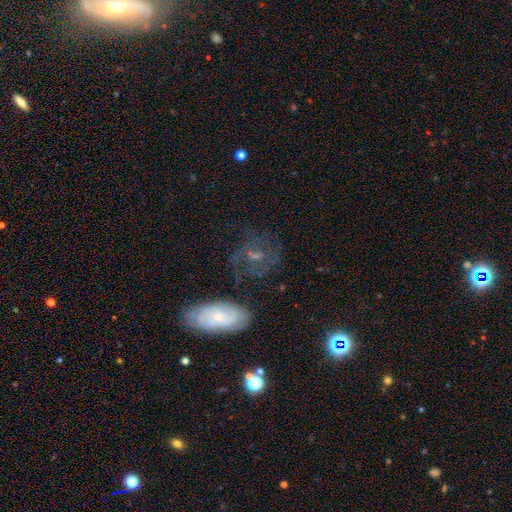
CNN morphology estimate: A featured or disk galaxy (53%).

Vote fractions:
- Smooth or featured? featured or disk: 53% / smooth: 32% / star or artifact: 16%
- Edge-on disk? no: 94% / yes: 6%
- Merging? none: 62% / minor disturbance: 17% / major disturbance: 15% / merger: 6%